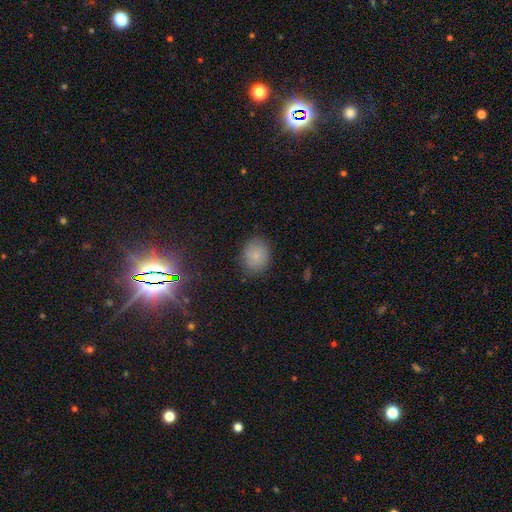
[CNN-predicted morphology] This appears to be a smooth galaxy with no disk features (79%) that is round (63%). Merging: none (84%).